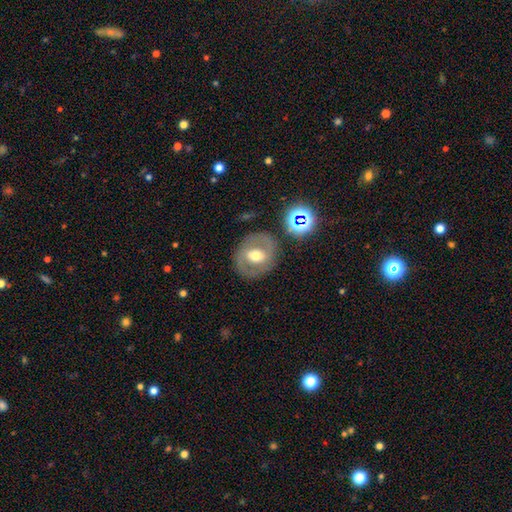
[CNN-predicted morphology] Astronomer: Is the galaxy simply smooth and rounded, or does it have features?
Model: featured or disk — 56% (runner-up: smooth, 35%).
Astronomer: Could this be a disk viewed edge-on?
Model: no — 95%.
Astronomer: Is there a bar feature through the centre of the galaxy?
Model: no — 38% (runner-up: weak, 36%).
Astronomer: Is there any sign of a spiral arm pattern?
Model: no — 58% (runner-up: yes, 42%).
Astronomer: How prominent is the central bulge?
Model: moderate — 71%.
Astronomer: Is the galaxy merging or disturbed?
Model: none — 81%.